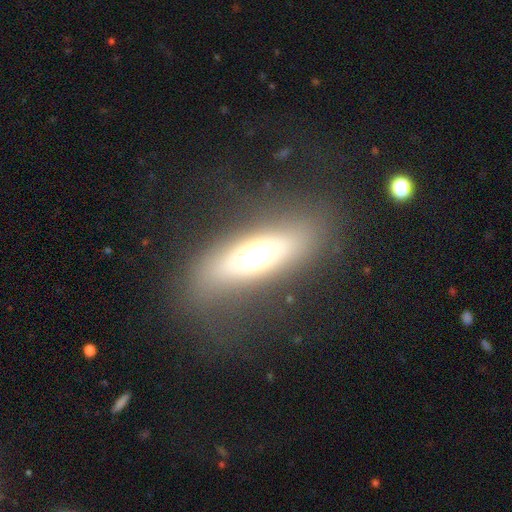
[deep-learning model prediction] The model was most divided on "smooth or featured": smooth: 47%, featured or disk: 38%, star or artifact: 14%. More confident: merging — none (79%).